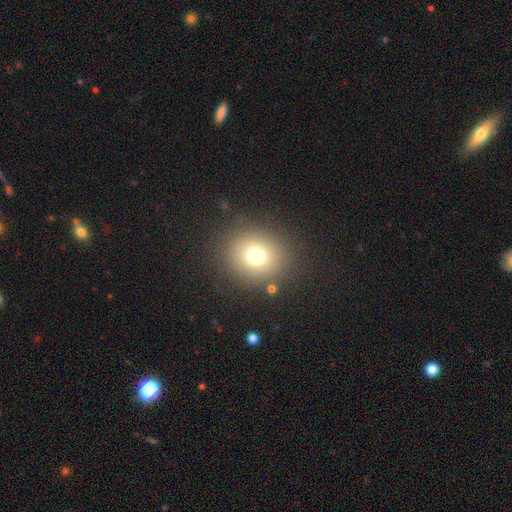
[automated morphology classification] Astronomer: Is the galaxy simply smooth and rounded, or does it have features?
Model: smooth — 72%.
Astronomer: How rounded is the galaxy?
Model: round — 83%.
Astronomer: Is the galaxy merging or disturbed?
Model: none — 85%.